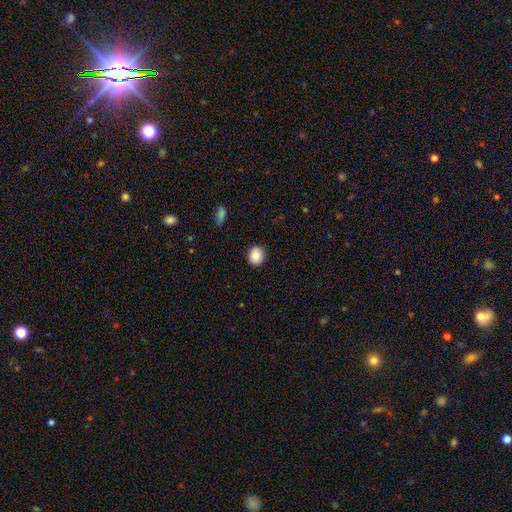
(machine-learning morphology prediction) type=smooth (87%); roundness=round (75%); merging=none (89%).